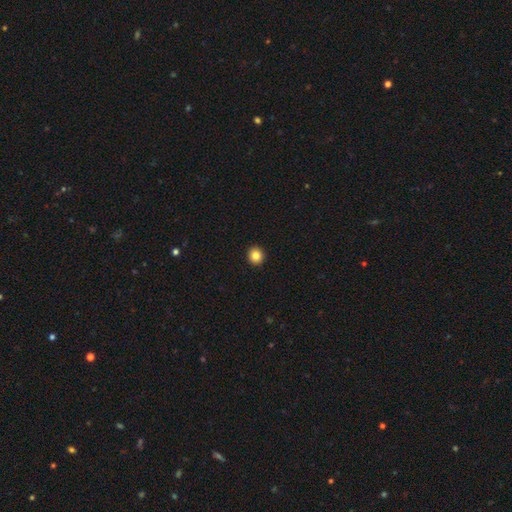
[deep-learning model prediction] The model was most divided on "smooth or featured": smooth: 84%, star or artifact: 10%, featured or disk: 6%. More confident: merging — none (94%); how rounded — round (91%).